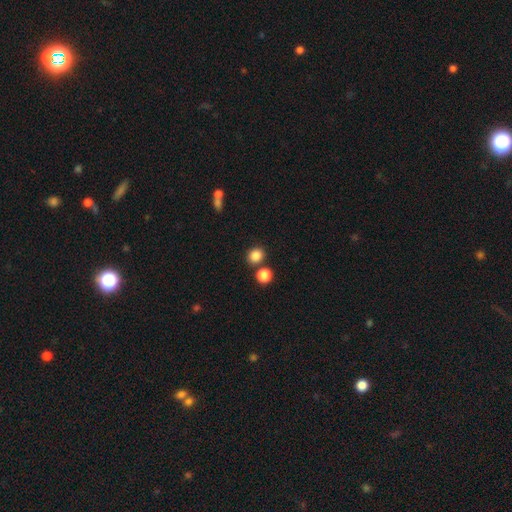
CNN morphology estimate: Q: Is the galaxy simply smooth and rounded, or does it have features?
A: smooth — 84%.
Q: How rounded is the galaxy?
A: round — 75%.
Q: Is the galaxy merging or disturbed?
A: none — 75%.